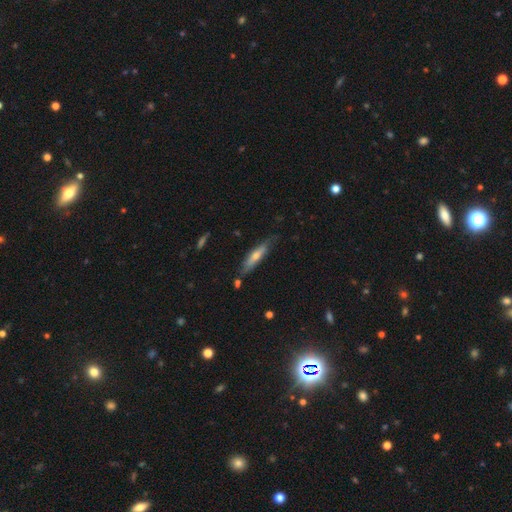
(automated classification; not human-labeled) Morphology: type=featured or disk (48%); merging=none (72%).